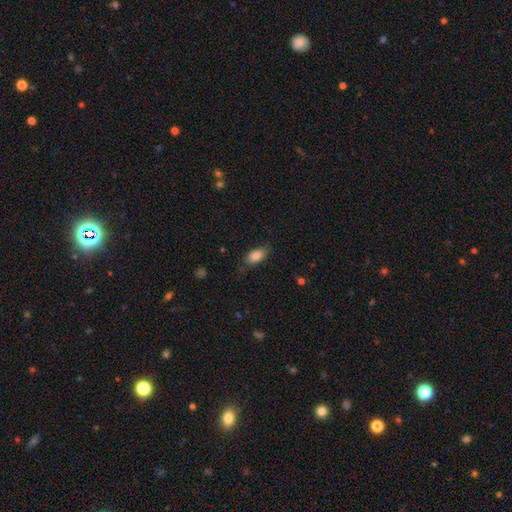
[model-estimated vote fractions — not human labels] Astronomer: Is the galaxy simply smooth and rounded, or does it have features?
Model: smooth — 84%.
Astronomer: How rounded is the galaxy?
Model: in between — 88%.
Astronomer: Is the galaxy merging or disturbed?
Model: none — 75%.